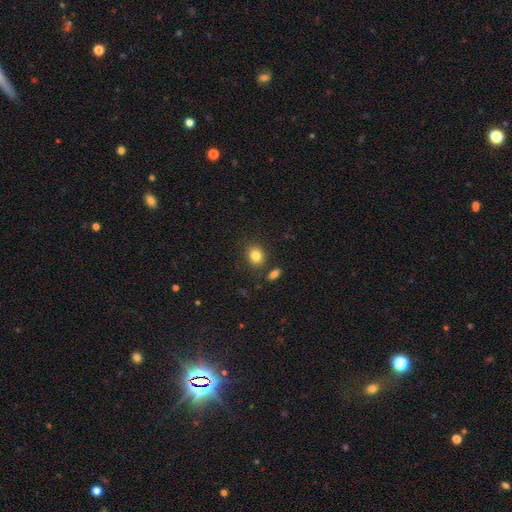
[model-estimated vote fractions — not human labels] This appears to be a smooth galaxy with no disk features (83%) that is round (60%). Merging: none (81%).